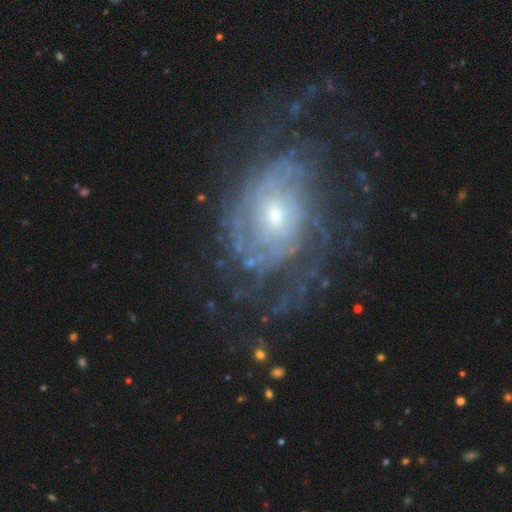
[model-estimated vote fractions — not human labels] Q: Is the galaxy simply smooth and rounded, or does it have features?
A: featured or disk — 83%.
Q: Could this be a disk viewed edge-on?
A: no — 96%.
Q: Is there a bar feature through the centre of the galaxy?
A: no — 75%.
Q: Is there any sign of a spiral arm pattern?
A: yes — 88%.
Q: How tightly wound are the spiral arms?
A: tight — 63%.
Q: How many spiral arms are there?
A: can't tell — 49%.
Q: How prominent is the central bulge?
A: small — 59%.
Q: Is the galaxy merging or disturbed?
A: none — 64%.